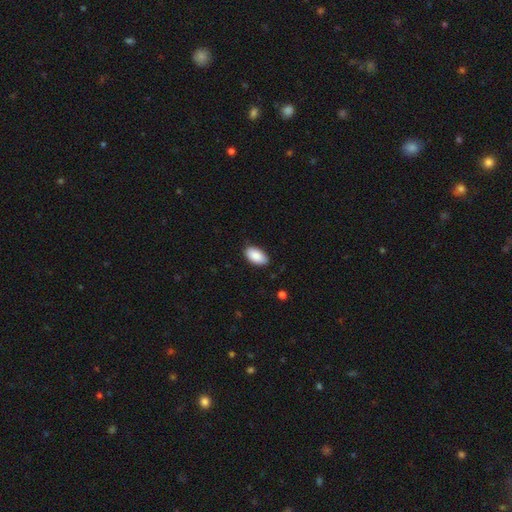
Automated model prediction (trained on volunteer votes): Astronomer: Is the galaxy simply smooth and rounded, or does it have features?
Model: smooth — 89%.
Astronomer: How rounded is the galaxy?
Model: in between — 95%.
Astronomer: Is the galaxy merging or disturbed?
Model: none — 85%.